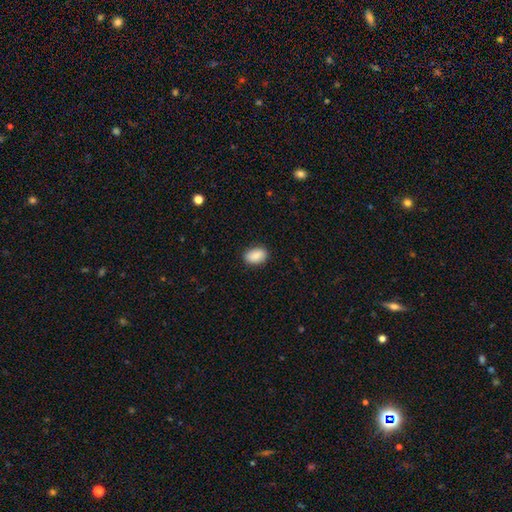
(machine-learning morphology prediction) Smooth or featured? Predicted: smooth (p=0.88). How rounded? Predicted: in between (p=0.85). Merging? Predicted: none (p=0.87).